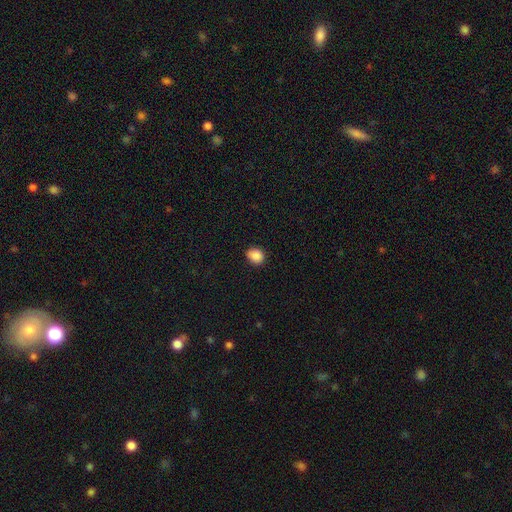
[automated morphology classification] This appears to be a smooth galaxy with no disk features (88%) that is round (59%). Merging: none (82%).